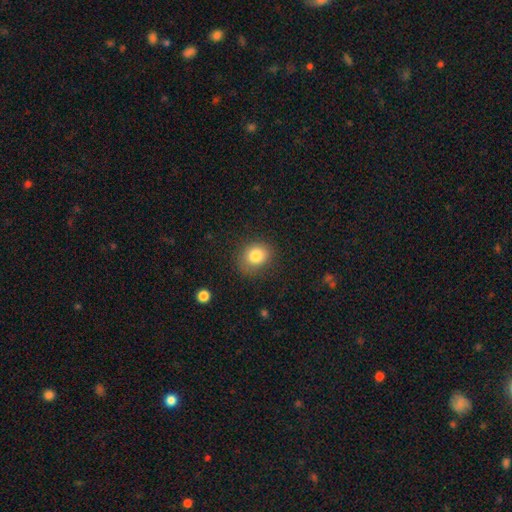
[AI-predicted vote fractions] Morphology: type=smooth (81%); roundness=round (59%); merging=none (79%).